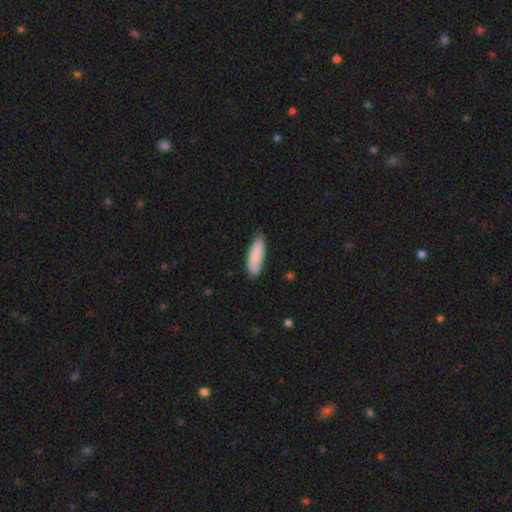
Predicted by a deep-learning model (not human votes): Smooth or featured? Predicted: smooth (p=0.83). How rounded? Predicted: in between (p=0.56). Merging? Predicted: none (p=0.76).